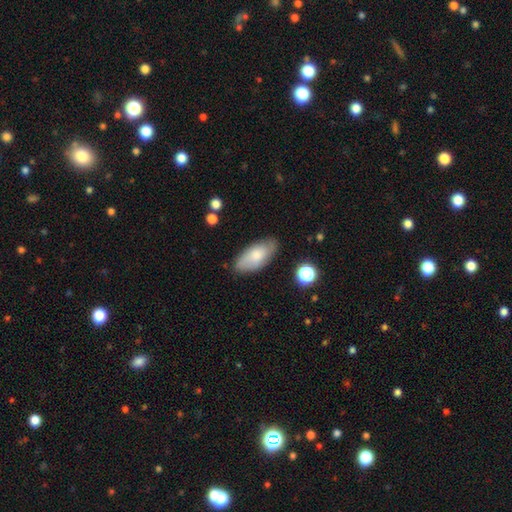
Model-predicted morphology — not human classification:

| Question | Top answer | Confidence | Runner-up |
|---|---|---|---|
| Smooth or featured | smooth | 72% | featured or disk (21%) |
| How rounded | in between | 90% | cigar-shaped (7%) |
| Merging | none | 78% | minor disturbance (17%) |